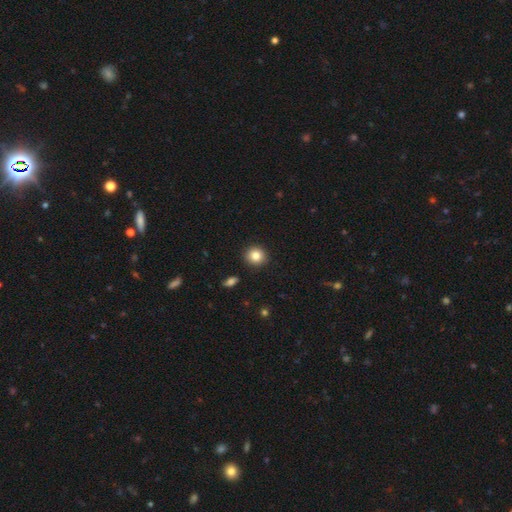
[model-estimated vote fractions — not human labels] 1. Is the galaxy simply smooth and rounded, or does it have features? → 84% smooth, 10% star or artifact, 6% featured or disk.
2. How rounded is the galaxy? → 87% round, 12% in between, 1% cigar-shaped.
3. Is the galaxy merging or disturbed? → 91% none, 6% minor disturbance, 2% major disturbance, 1% merger.